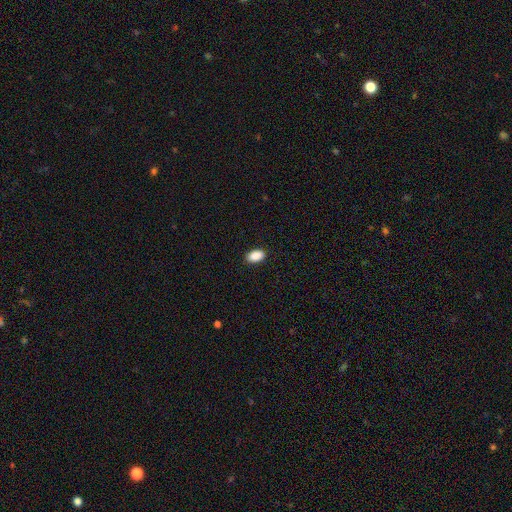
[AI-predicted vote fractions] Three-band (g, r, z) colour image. It shows a smooth galaxy with no disk features (90%) that is in between round and cigar-shaped (92%). Merging: none (89%).